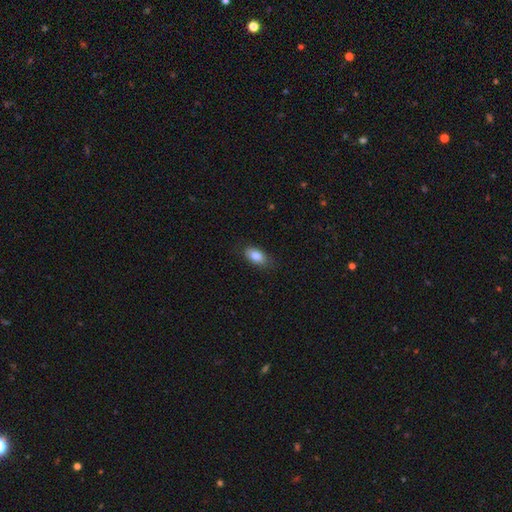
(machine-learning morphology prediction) smooth-or-featured: smooth: 85% | featured or disk: 8% | star or artifact: 7%
  how-rounded: in between: 91% | round: 5% | cigar-shaped: 5%
  merging: none: 79% | minor disturbance: 16% | major disturbance: 4% | merger: 1%